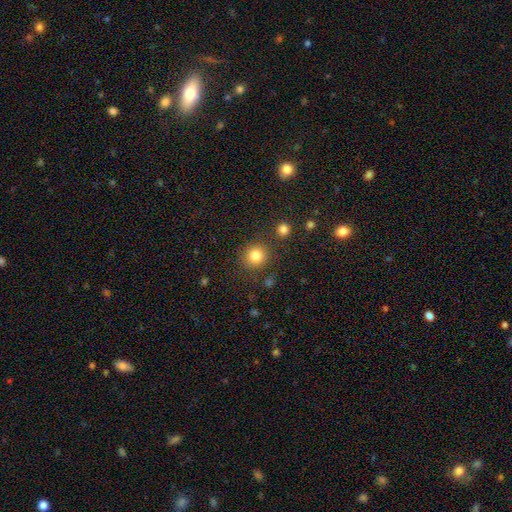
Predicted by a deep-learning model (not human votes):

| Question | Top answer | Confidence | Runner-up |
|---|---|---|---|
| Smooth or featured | smooth | 83% | star or artifact (12%) |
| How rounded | round | 91% | in between (8%) |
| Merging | none | 85% | minor disturbance (7%) |